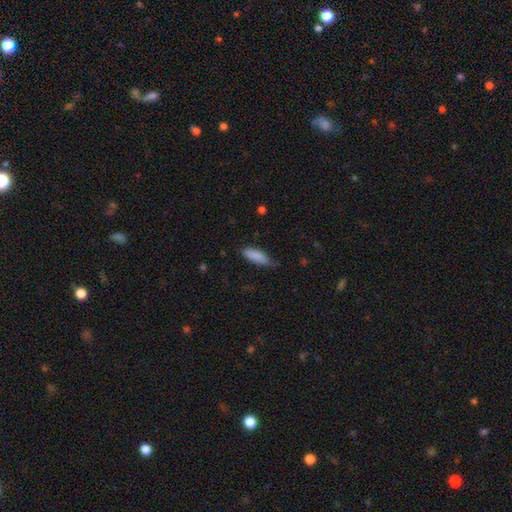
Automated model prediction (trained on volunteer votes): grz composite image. It shows a smooth galaxy with no disk features (86%) that is in between round and cigar-shaped (57%). Merging: none (60%).